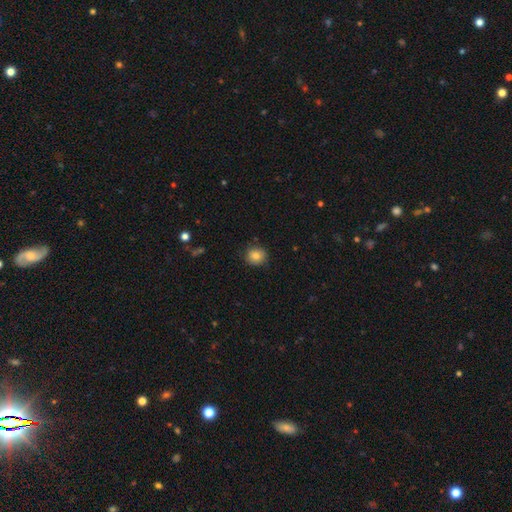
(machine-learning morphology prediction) A smooth galaxy with no disk features (82%) that is round (87%). Merging: none (84%).